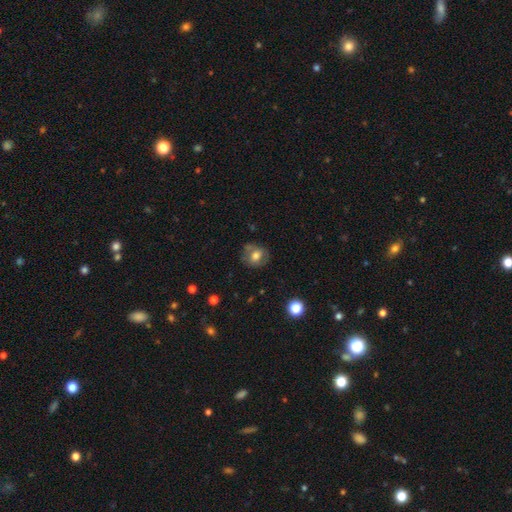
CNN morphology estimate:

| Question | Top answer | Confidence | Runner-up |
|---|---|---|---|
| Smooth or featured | smooth | 63% | featured or disk (27%) |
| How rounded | round | 67% | in between (32%) |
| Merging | none | 70% | minor disturbance (20%) |